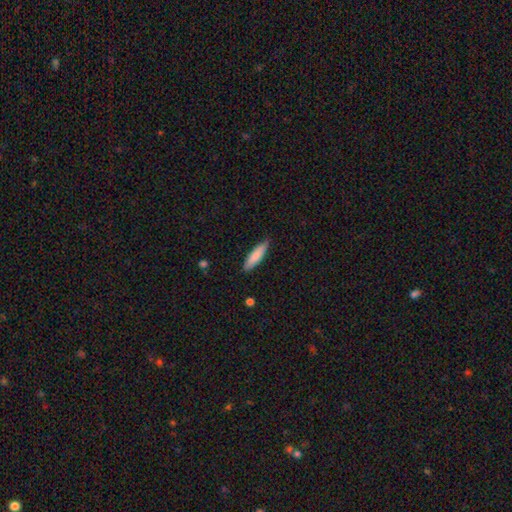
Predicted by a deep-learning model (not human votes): Q: Smooth or featured?
A: smooth (82%); runner-up: featured or disk (12%)
Q: How rounded?
A: cigar-shaped (71%); runner-up: in between (28%)
Q: Merging?
A: none (84%); runner-up: minor disturbance (13%)